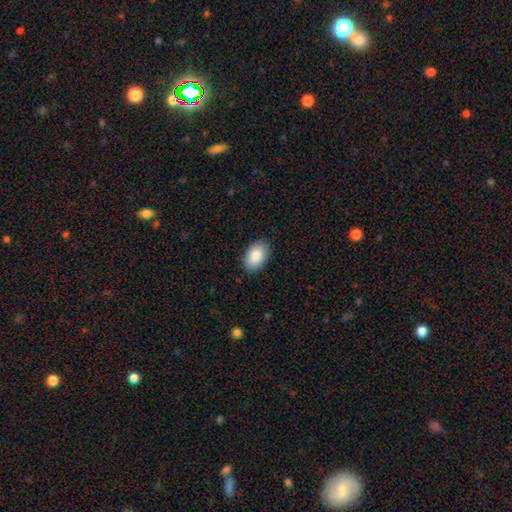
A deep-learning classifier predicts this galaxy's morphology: smooth-or-featured: smooth: 88% | star or artifact: 6% | featured or disk: 5%
  how-rounded: in between: 91% | round: 8% | cigar-shaped: 1%
  merging: none: 88% | minor disturbance: 9% | major disturbance: 2% | merger: 1%